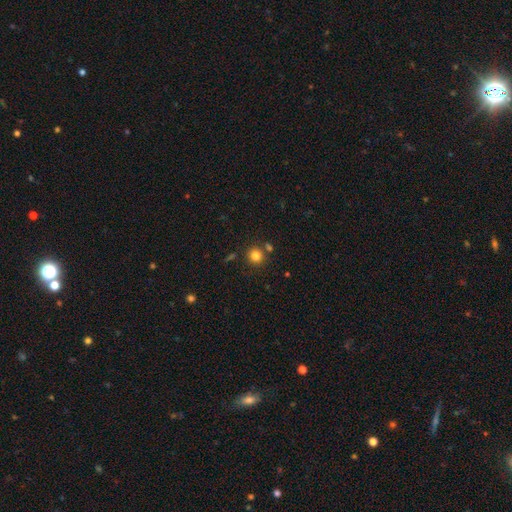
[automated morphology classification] Smooth or featured?
  - smooth: 81% *
  - star or artifact: 13%
  - featured or disk: 6%
How rounded?
  - round: 91% *
  - in between: 8%
  - cigar-shaped: 1%
Merging?
  - none: 79% *
  - merger: 10%
  - minor disturbance: 8%
  - major disturbance: 3%